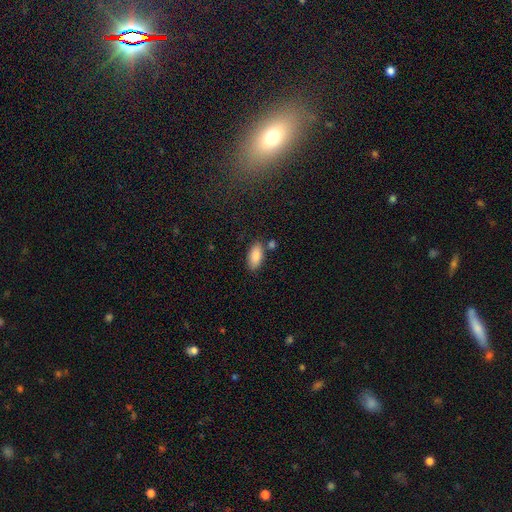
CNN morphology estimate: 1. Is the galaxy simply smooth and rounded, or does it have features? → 87% smooth, 7% star or artifact, 6% featured or disk.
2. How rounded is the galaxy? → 91% in between, 7% cigar-shaped, 2% round.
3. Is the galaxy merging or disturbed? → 77% none, 12% minor disturbance, 8% merger, 3% major disturbance.